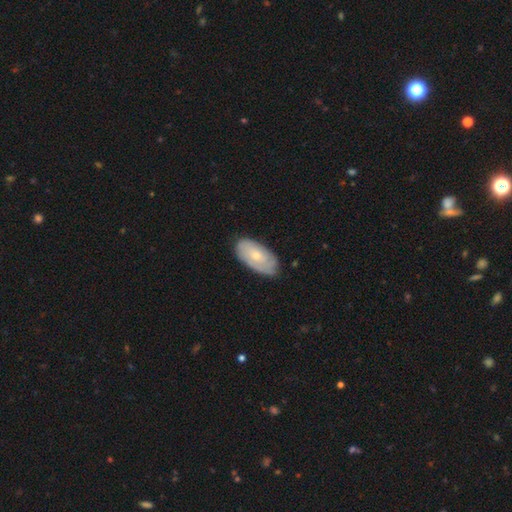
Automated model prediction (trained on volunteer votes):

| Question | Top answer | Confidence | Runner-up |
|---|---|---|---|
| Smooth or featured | smooth | 50% | featured or disk (44%) |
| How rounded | in between | 93% | cigar-shaped (4%) |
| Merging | none | 77% | minor disturbance (19%) |